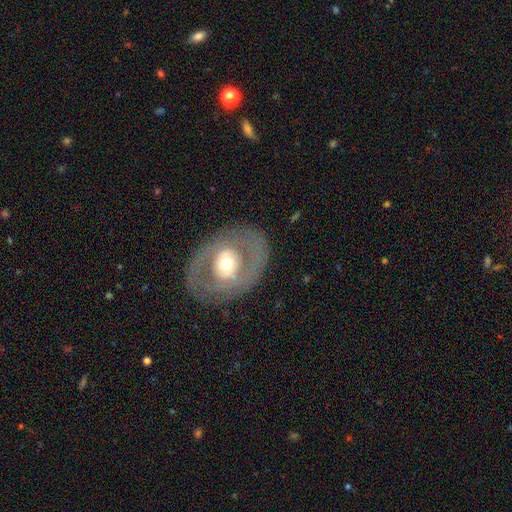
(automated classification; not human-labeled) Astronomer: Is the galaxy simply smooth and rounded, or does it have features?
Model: featured or disk — 72%.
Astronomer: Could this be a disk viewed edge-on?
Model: no — 95%.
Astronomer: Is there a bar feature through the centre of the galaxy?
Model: no — 43% (runner-up: weak, 36%).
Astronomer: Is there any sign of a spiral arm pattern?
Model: yes — 58% (runner-up: no, 42%).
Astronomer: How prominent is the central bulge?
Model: moderate — 69%.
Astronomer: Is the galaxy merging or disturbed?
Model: none — 81%.